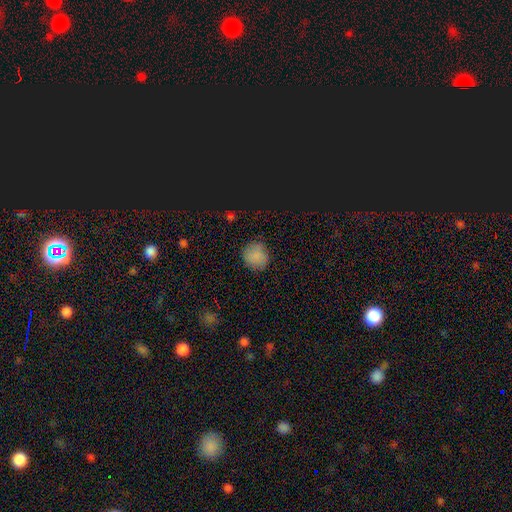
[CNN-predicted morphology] This is clearly a smooth galaxy (83%). How rounded: clearly round (89%). Merging: clearly none (83%).